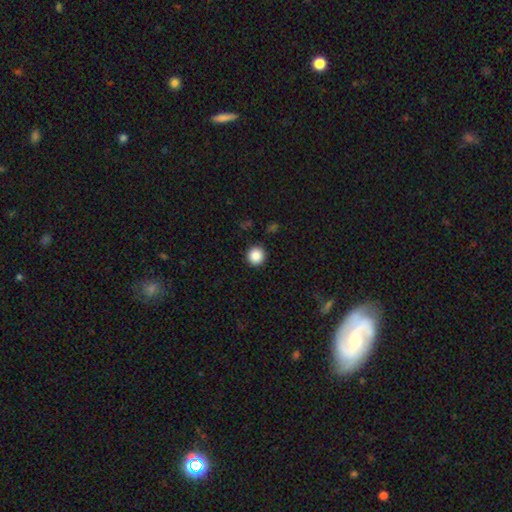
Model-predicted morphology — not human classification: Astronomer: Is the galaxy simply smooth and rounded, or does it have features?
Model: smooth — 87%.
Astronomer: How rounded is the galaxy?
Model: round — 95%.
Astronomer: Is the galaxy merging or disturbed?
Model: none — 92%.